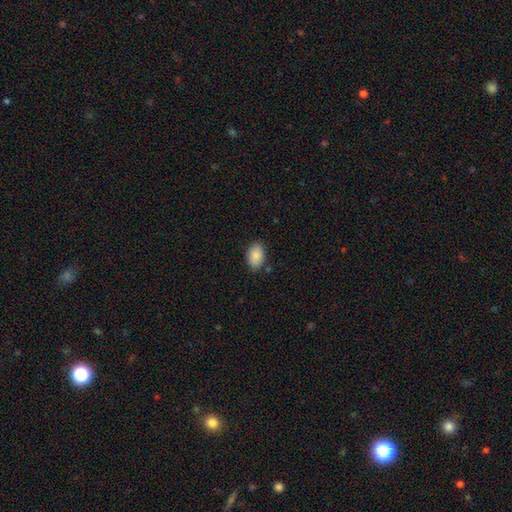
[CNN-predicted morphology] type=smooth (87%); roundness=in between (89%); merging=none (83%).